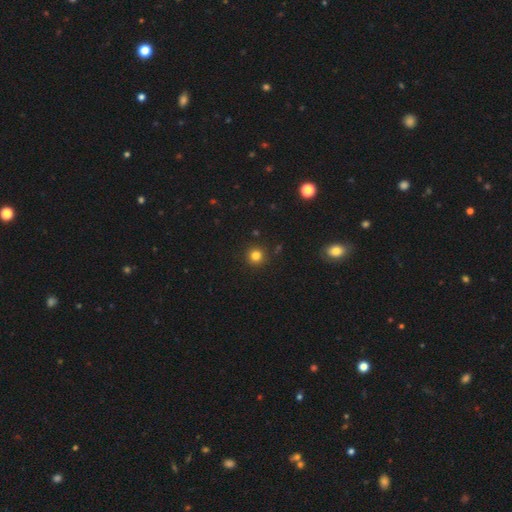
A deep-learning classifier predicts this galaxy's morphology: Smooth or featured? Predicted: smooth (p=0.81). How rounded? Predicted: round (p=0.95). Merging? Predicted: none (p=0.91).